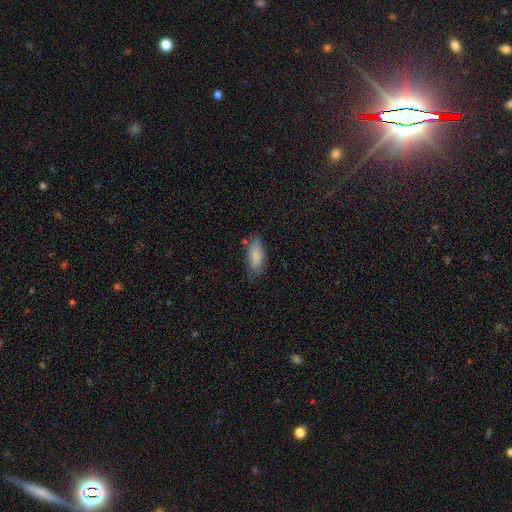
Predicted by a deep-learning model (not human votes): This appears to be a smooth galaxy with no disk features (84%) that is in between round and cigar-shaped (82%). Merging: none (67%).